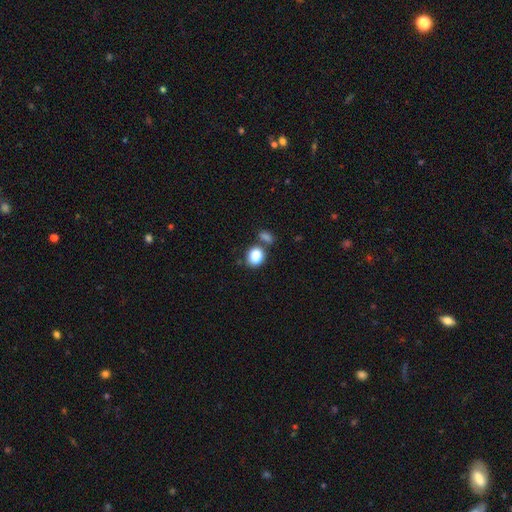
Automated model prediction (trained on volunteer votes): This appears to be a smooth galaxy with no disk features (86%) that is round (54%). Merging: none (61%).